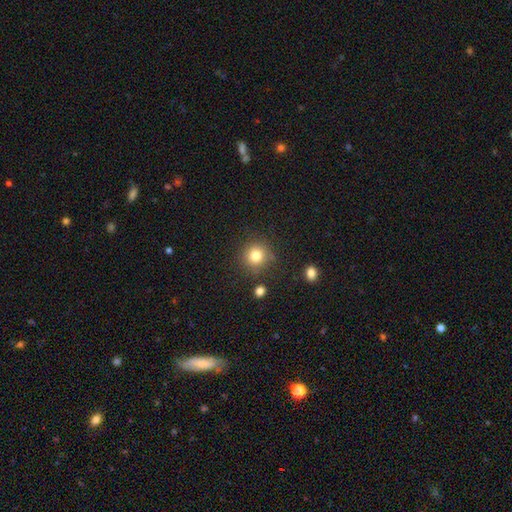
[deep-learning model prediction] Smooth or featured? smooth (82%)
How rounded? round (92%)
Merging? none (83%)